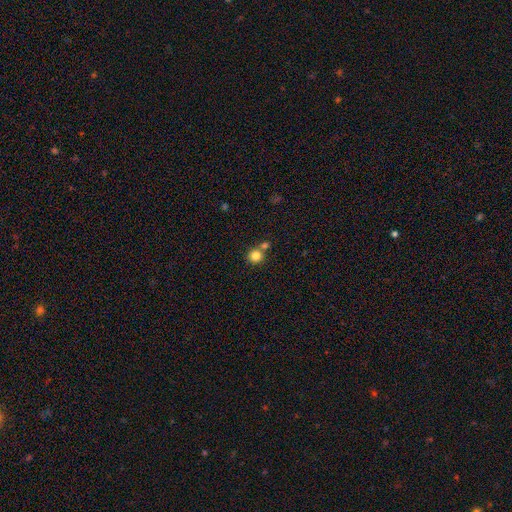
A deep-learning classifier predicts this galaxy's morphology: This appears to be a smooth galaxy with no disk features (83%) that is round (91%). Merging: none (63%).